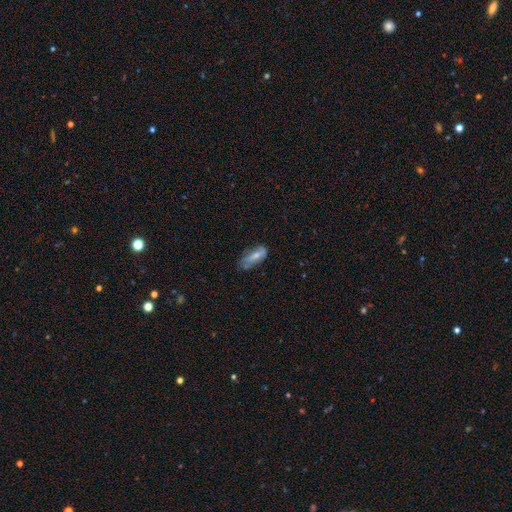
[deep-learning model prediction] A smooth galaxy with no disk features (58%) that is in between round and cigar-shaped (68%).

Vote fractions:
- Smooth or featured? smooth: 58% / featured or disk: 34% / star or artifact: 8%
- How rounded? in between: 68% / cigar-shaped: 30% / round: 3%
- Merging? none: 50% / minor disturbance: 33% / major disturbance: 14% / merger: 3%